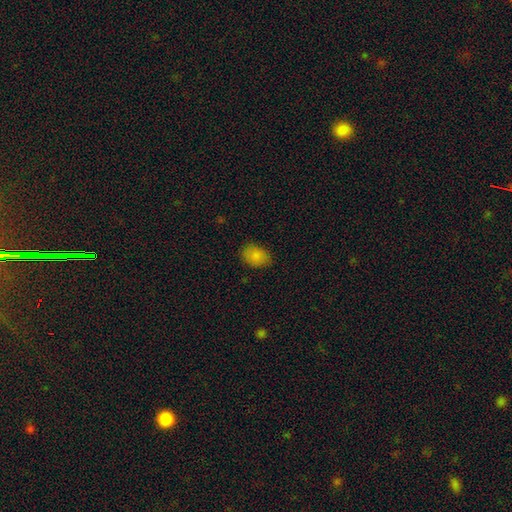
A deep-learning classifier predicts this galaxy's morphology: type=smooth (84%); roundness=in between (82%); merging=none (80%).